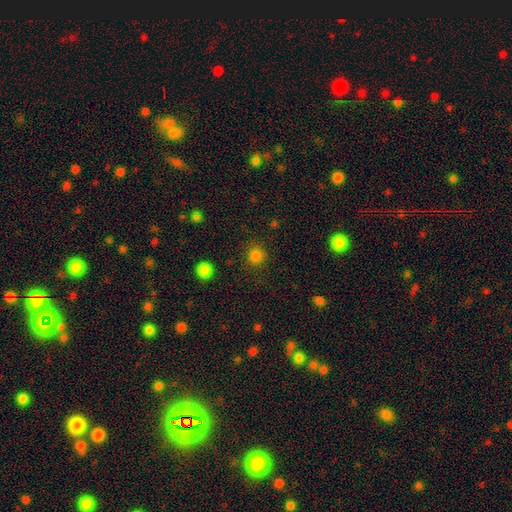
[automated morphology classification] Q: Smooth or featured?
A: smooth (82%); runner-up: star or artifact (14%)
Q: How rounded?
A: round (90%); runner-up: in between (9%)
Q: Merging?
A: none (86%); runner-up: minor disturbance (8%)